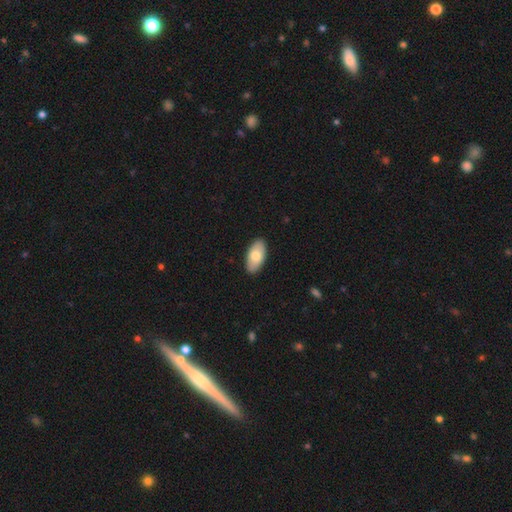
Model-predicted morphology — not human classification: Smooth or featured: smooth — 76% (featured or disk — 18%)
How rounded: in between — 94% (cigar-shaped — 3%)
Merging: none — 90% (minor disturbance — 8%)